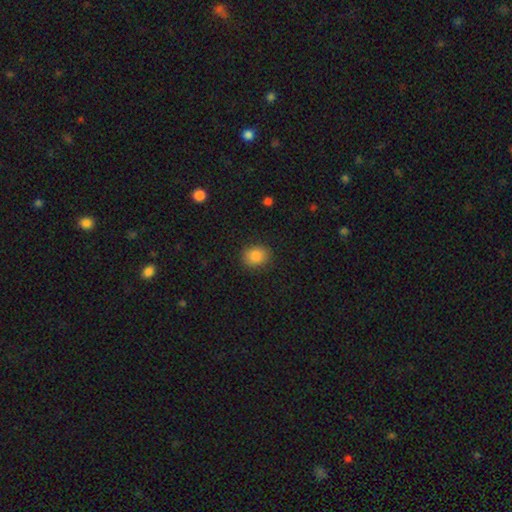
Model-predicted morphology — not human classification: smooth_or_featured: smooth (p=0.87) [alt: star or artifact p=0.09]
how_rounded: round (p=0.61) [alt: in between p=0.39]
merging: none (p=0.87) [alt: minor disturbance p=0.09]